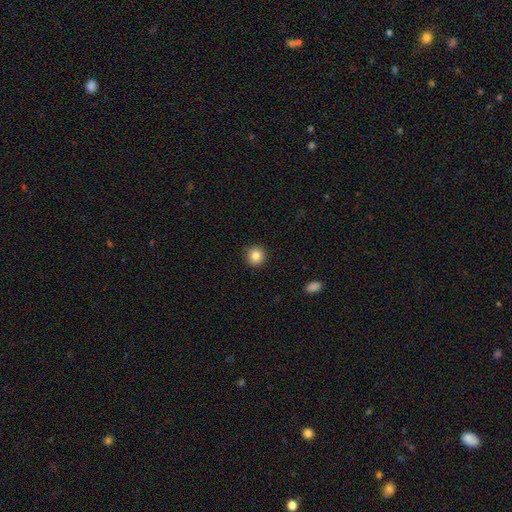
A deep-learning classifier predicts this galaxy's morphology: smooth-or-featured: smooth: 84% | star or artifact: 10% | featured or disk: 6%
  how-rounded: round: 94% | in between: 5% | cigar-shaped: 1%
  merging: none: 92% | minor disturbance: 5% | major disturbance: 2% | merger: 1%